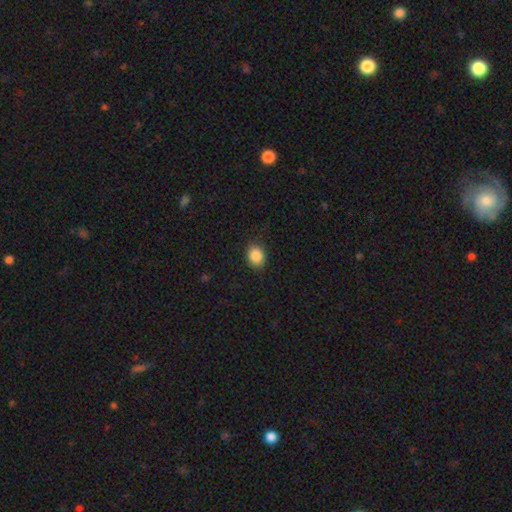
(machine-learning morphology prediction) A smooth galaxy with no disk features (88%) that is round (55%).

Vote fractions:
- Smooth or featured? smooth: 88% / star or artifact: 9% / featured or disk: 4%
- How rounded? round: 55% / in between: 44% / cigar-shaped: 1%
- Merging? none: 85% / minor disturbance: 11% / major disturbance: 3% / merger: 1%